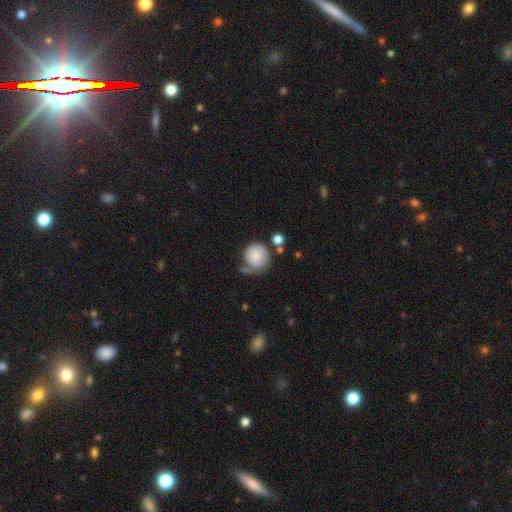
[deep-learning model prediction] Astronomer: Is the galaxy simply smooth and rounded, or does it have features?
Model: smooth — 79%.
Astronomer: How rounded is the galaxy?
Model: round — 91%.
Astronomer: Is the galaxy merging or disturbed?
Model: none — 54%.